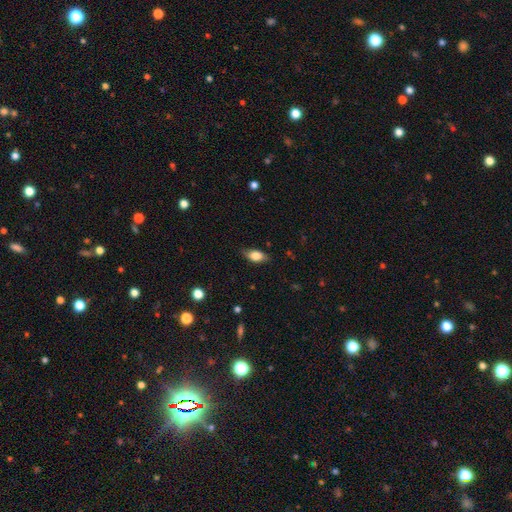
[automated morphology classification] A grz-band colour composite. It shows a smooth galaxy with no disk features (75%) that is in between round and cigar-shaped (86%). Merging: none (77%).